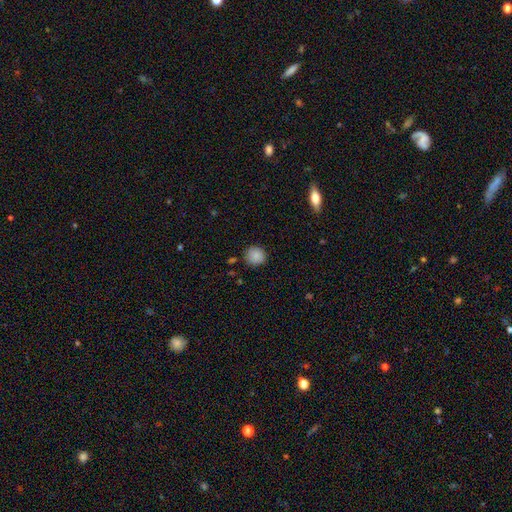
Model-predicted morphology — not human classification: A smooth galaxy with no disk features (86%) that is round (92%). Merging: none (86%).